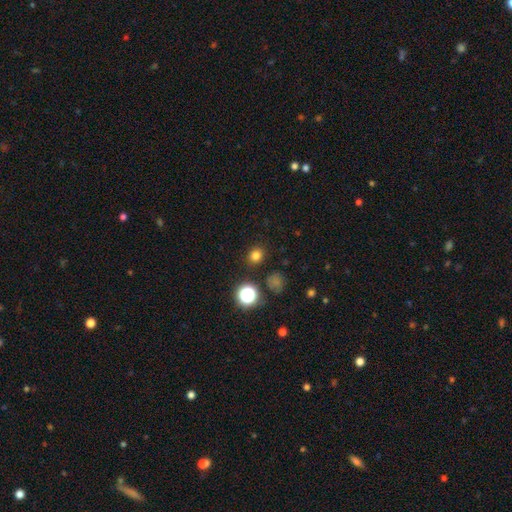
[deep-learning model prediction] smooth_or_featured: smooth (p=0.77) [alt: star or artifact p=0.18]
how_rounded: round (p=0.80) [alt: in between p=0.19]
merging: none (p=0.88) [alt: minor disturbance p=0.07]